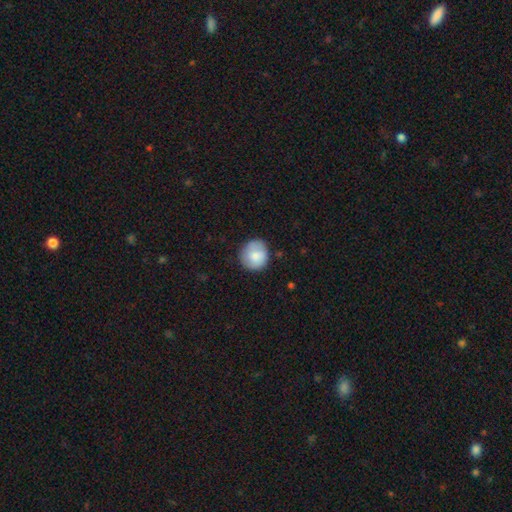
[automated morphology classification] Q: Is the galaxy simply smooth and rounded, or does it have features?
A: smooth — 79%.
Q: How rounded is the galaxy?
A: round — 91%.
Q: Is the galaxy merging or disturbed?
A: none — 81%.